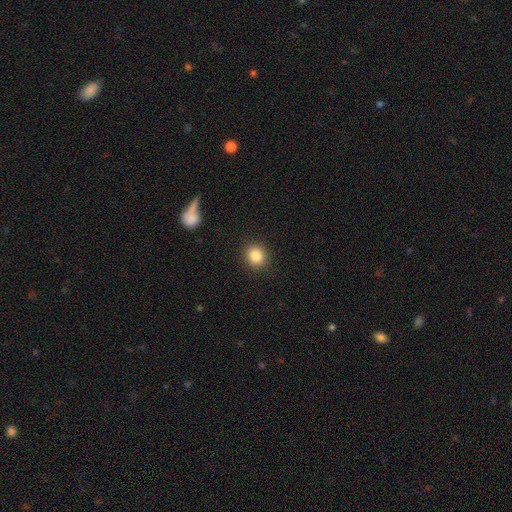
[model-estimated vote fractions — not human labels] This is clearly a smooth galaxy (84%). How rounded: clearly round (84%). Merging: clearly none (90%).